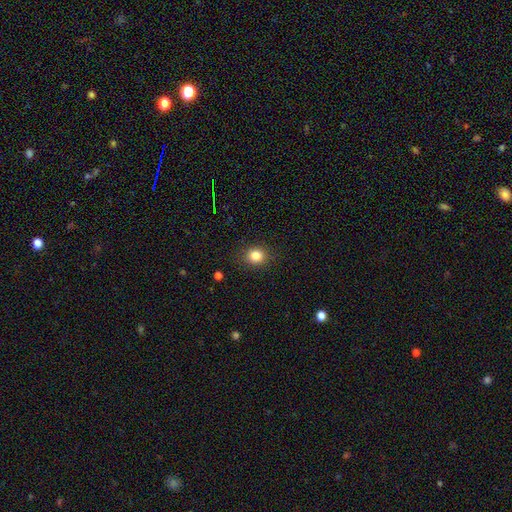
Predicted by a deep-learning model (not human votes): smooth-or-featured: smooth: 83% | star or artifact: 12% | featured or disk: 5%
  how-rounded: round: 77% | in between: 22% | cigar-shaped: 1%
  merging: none: 88% | minor disturbance: 8% | major disturbance: 2% | merger: 1%